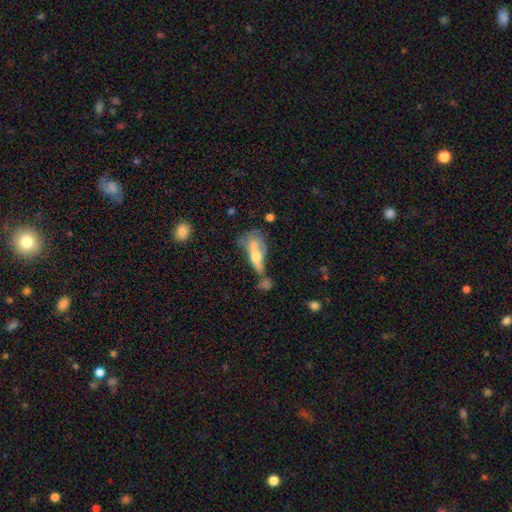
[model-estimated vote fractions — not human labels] Smooth or featured: smooth — 48% (featured or disk — 43%)
Merging: major disturbance — 28% (tied with merger — 28%)